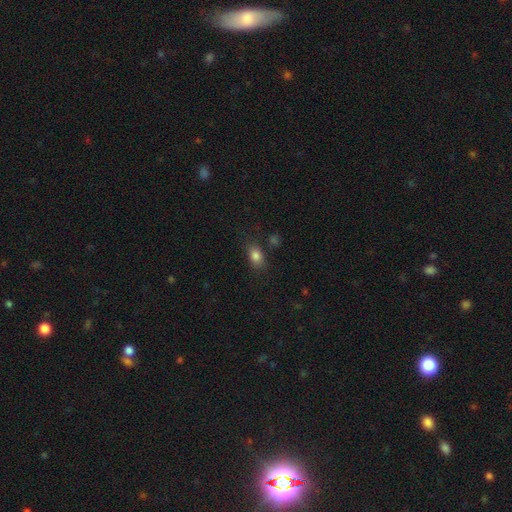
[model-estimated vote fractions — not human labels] The model was most divided on "how rounded": in between: 78%, round: 19%, cigar-shaped: 3%. More confident: smooth or featured — smooth (83%); merging — none (77%).